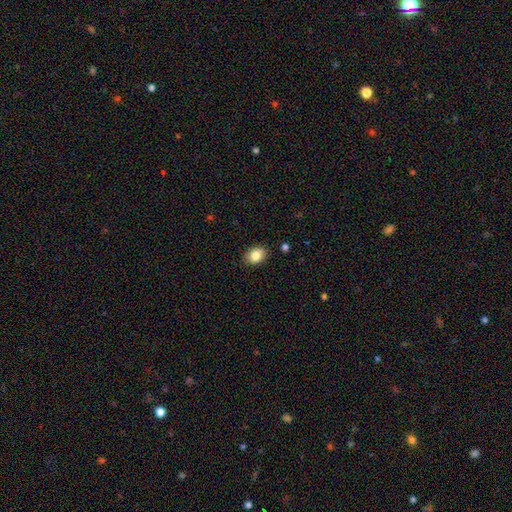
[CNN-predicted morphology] Smooth or featured: smooth — 85% (star or artifact — 8%)
How rounded: in between — 73% (round — 26%)
Merging: none — 88% (minor disturbance — 9%)